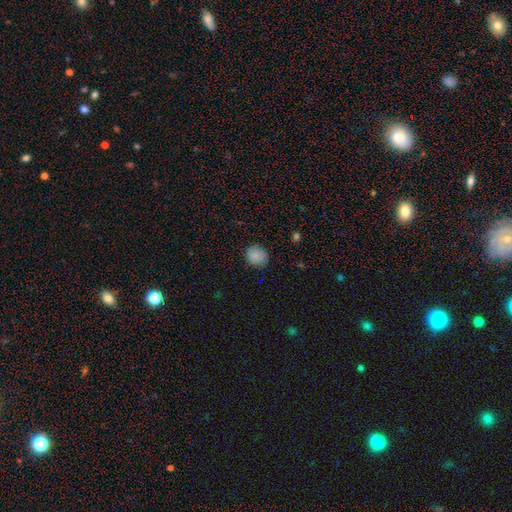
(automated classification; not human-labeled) Smooth or featured: smooth — 81% (featured or disk — 10%)
How rounded: round — 80% (in between — 19%)
Merging: none — 82% (minor disturbance — 14%)